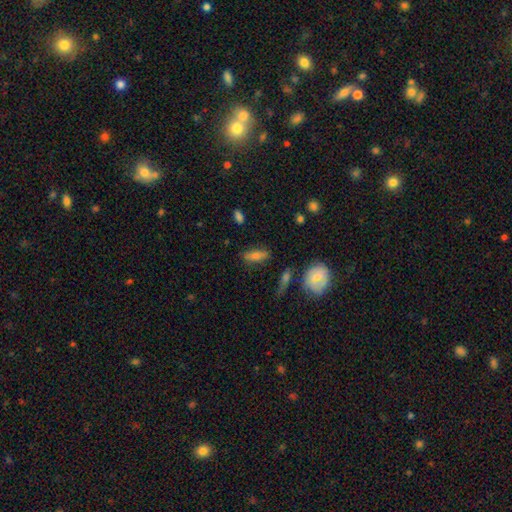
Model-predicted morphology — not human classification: Smooth or featured?
  - smooth: 62% *
  - featured or disk: 28%
  - star or artifact: 11%
How rounded?
  - in between: 56% *
  - cigar-shaped: 39%
  - round: 5%
Merging?
  - none: 77% *
  - minor disturbance: 14%
  - major disturbance: 5%
  - merger: 4%